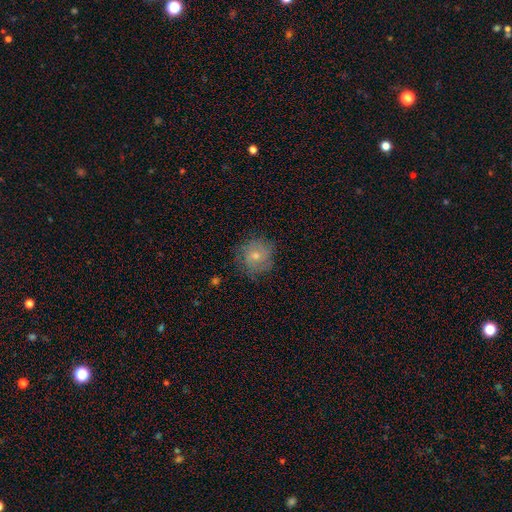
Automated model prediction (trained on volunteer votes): A smooth galaxy with no disk features (56%) that is round (87%).

Vote fractions:
- Smooth or featured? smooth: 56% / featured or disk: 35% / star or artifact: 9%
- How rounded? round: 87% / in between: 12% / cigar-shaped: 1%
- Merging? none: 75% / minor disturbance: 18% / major disturbance: 6% / merger: 1%